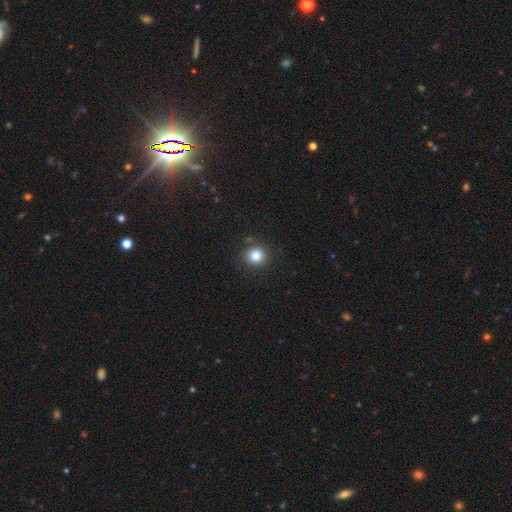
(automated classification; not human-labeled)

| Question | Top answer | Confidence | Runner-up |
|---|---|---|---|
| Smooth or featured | smooth | 83% | star or artifact (12%) |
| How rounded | round | 90% | in between (9%) |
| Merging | none | 88% | minor disturbance (8%) |